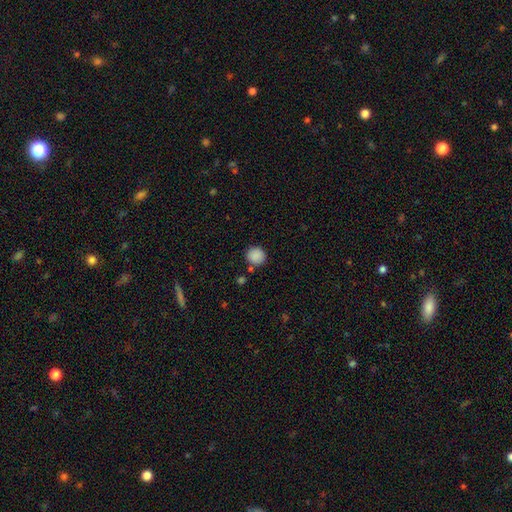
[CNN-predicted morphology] Q: Smooth or featured?
A: smooth (89%); runner-up: star or artifact (9%)
Q: How rounded?
A: round (93%); runner-up: in between (6%)
Q: Merging?
A: none (83%); runner-up: minor disturbance (8%)